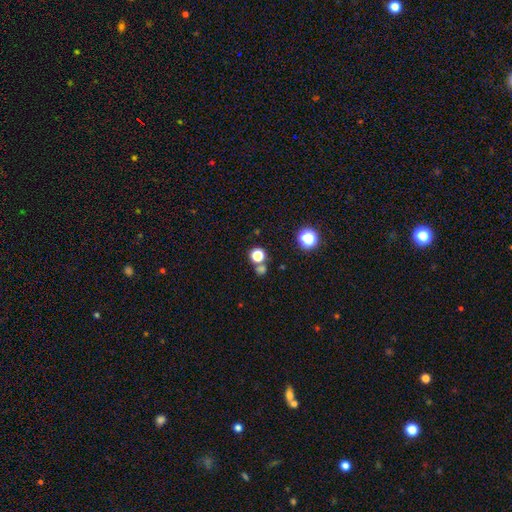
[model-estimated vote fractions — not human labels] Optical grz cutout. It shows a smooth galaxy with no disk features (71%) that is round (89%). Merging: none (66%).